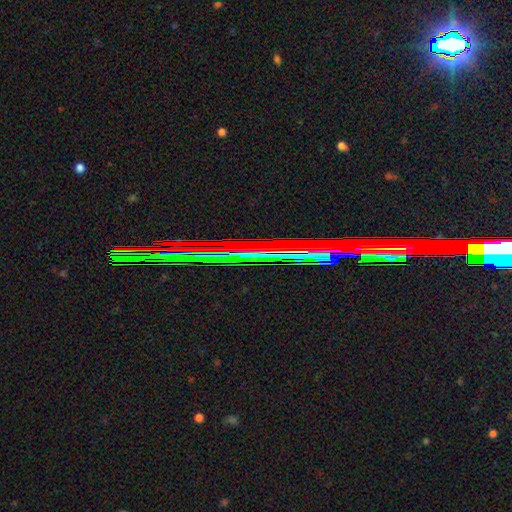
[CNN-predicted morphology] This is likely a star or artifact rather than a galaxy (77%).